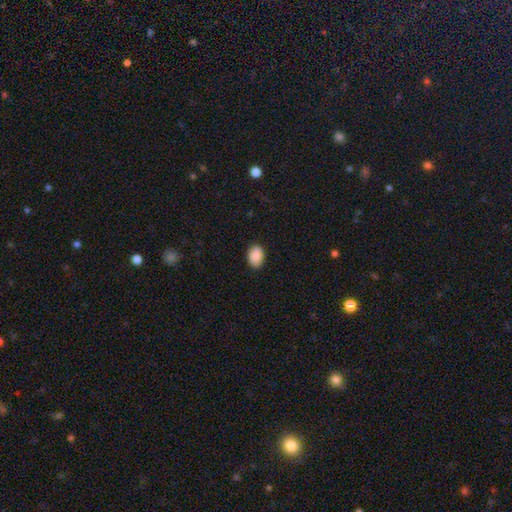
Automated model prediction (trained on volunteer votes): smooth_or_featured: smooth (p=0.88) [alt: star or artifact p=0.07]
how_rounded: in between (p=0.82) [alt: round p=0.17]
merging: none (p=0.88) [alt: minor disturbance p=0.09]